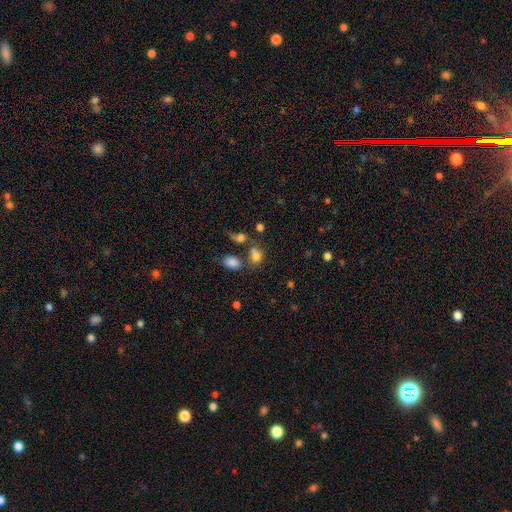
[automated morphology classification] Smooth or featured? Predicted: smooth (p=0.77). How rounded? Predicted: in between (p=0.58). Merging? Predicted: none (p=0.46).